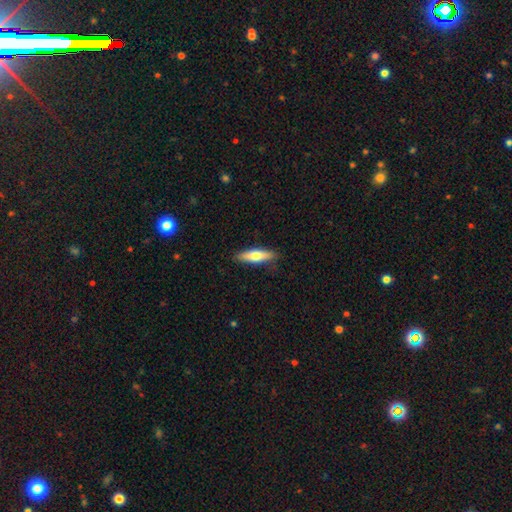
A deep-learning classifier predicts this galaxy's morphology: This is likely a smooth galaxy (64%). How rounded: likely cigar-shaped (63%). Merging: clearly none (88%).